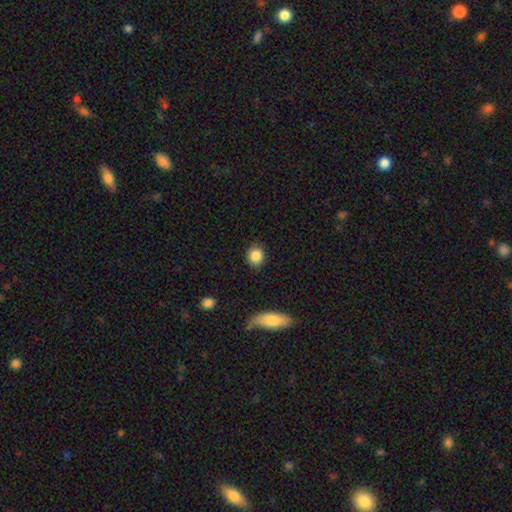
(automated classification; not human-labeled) smooth 87%, star or artifact 9%, featured or disk 5%. Down the decision tree: how rounded — round (76%); merging — none (86%).